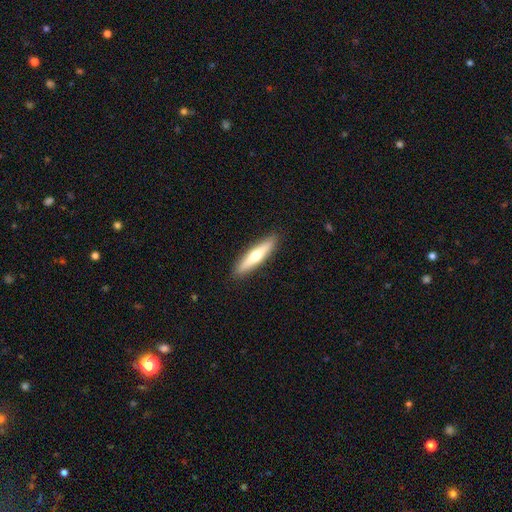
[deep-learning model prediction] Morphology: type=smooth (53%); roundness=cigar-shaped (84%); merging=none (91%).